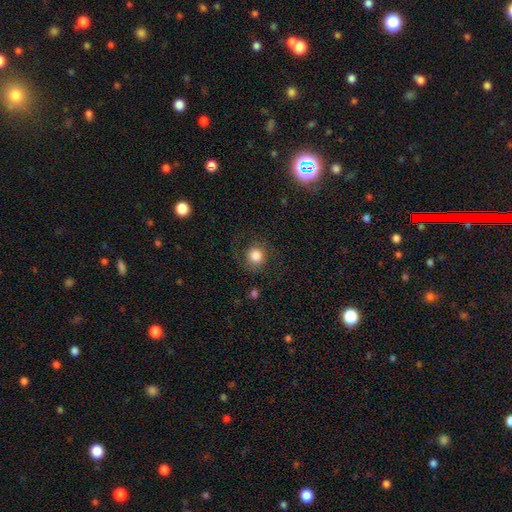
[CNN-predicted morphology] The model was most divided on "smooth or featured": smooth: 73%, featured or disk: 18%, star or artifact: 9%. More confident: how rounded — round (88%); merging — none (73%).